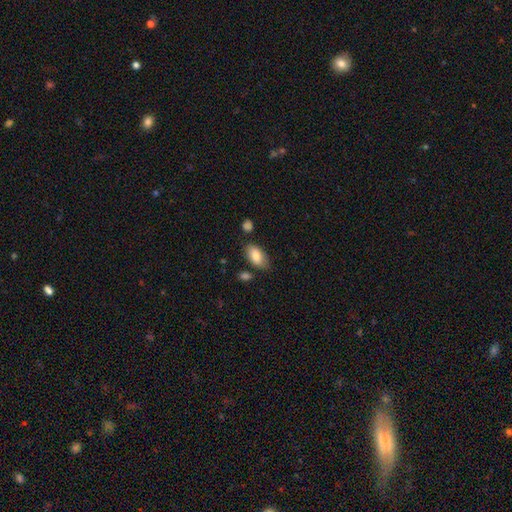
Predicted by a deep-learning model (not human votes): smooth 83%, featured or disk 11%, star or artifact 6%. Down the decision tree: how rounded — in between (93%); merging — none (75%).